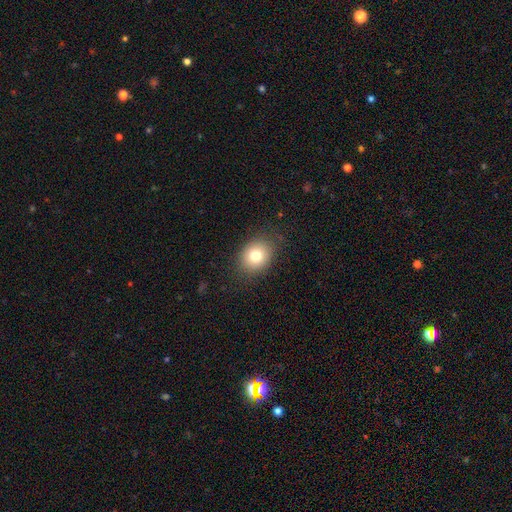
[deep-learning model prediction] Q: Smooth or featured?
A: smooth (77%); runner-up: featured or disk (12%)
Q: How rounded?
A: round (50%); runner-up: in between (49%)
Q: Merging?
A: none (84%); runner-up: minor disturbance (12%)